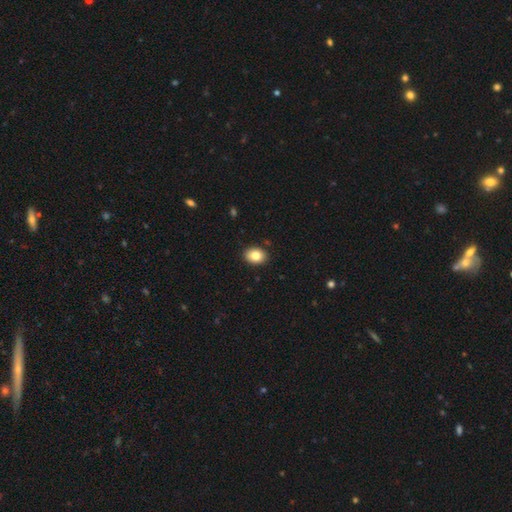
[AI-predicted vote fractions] Smooth or featured? Predicted: smooth (p=0.83). How rounded? Predicted: in between (p=0.69). Merging? Predicted: none (p=0.90).